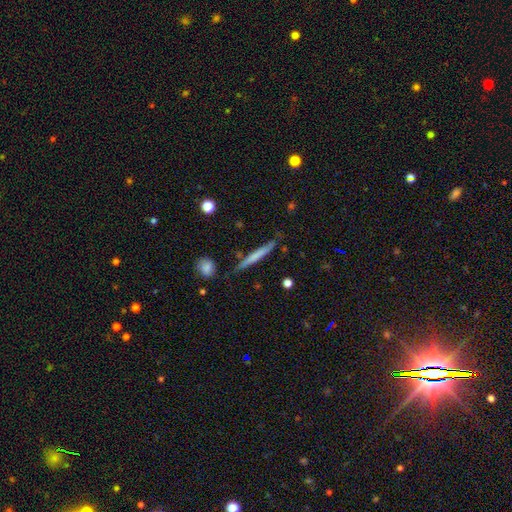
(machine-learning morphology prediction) The model was most divided on "smooth or featured": smooth: 58%, featured or disk: 36%, star or artifact: 6%. More confident: how rounded — cigar-shaped (95%); merging — none (80%).